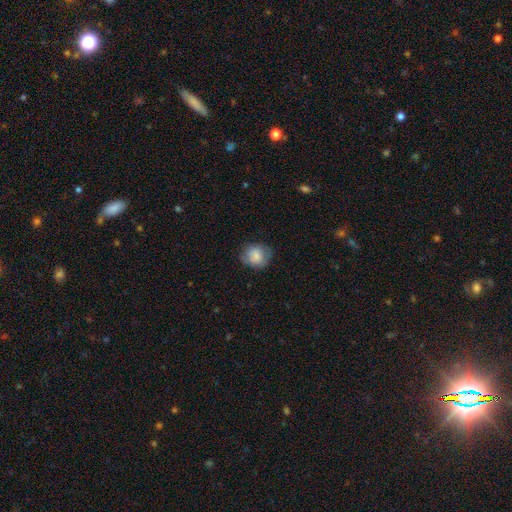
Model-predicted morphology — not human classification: type=smooth (81%); roundness=round (73%); merging=none (75%).